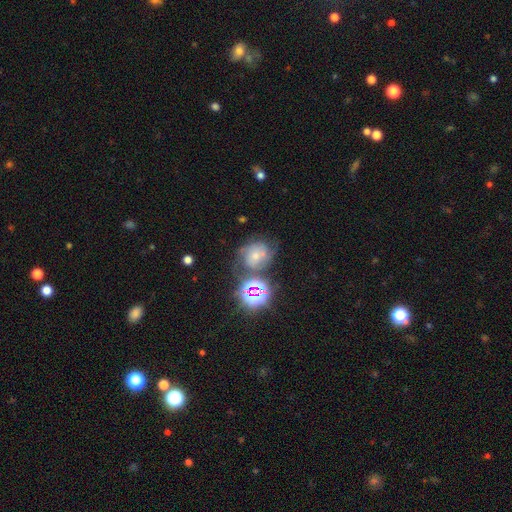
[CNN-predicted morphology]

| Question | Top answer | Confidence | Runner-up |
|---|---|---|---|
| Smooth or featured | featured or disk | 40% | smooth (33%) |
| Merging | none | 48% | minor disturbance (22%) |